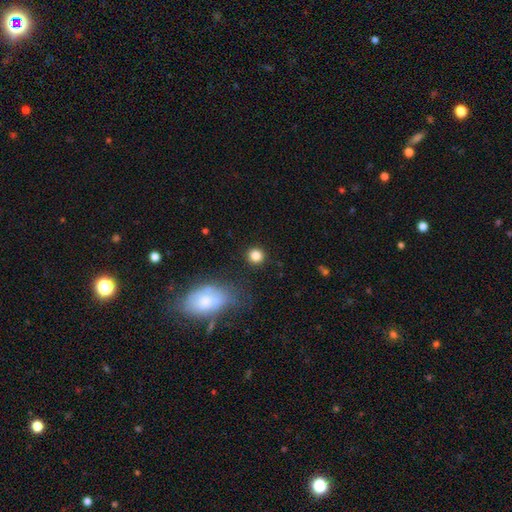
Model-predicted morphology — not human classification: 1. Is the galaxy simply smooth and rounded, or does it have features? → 84% smooth, 11% star or artifact, 5% featured or disk.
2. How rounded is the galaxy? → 92% round, 7% in between, 1% cigar-shaped.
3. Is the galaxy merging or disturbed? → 89% none, 6% minor disturbance, 3% major disturbance, 2% merger.